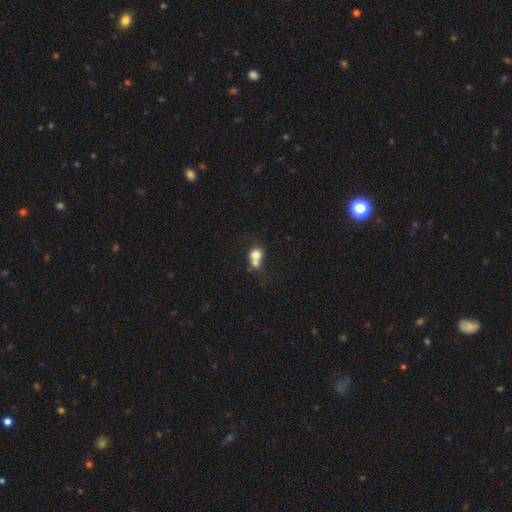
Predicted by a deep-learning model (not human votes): Smooth or featured? Predicted: smooth (p=0.74). How rounded? Predicted: round (p=0.69). Merging? Predicted: merger (p=0.61).